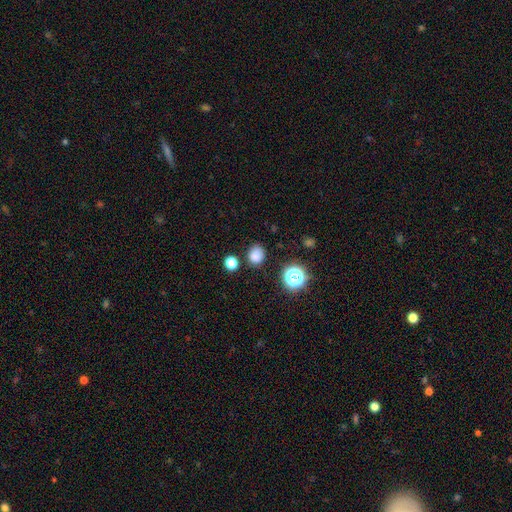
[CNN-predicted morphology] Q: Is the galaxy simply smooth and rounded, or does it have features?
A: smooth — 78%.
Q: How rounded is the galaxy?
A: round — 57%.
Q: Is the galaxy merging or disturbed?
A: none — 79%.